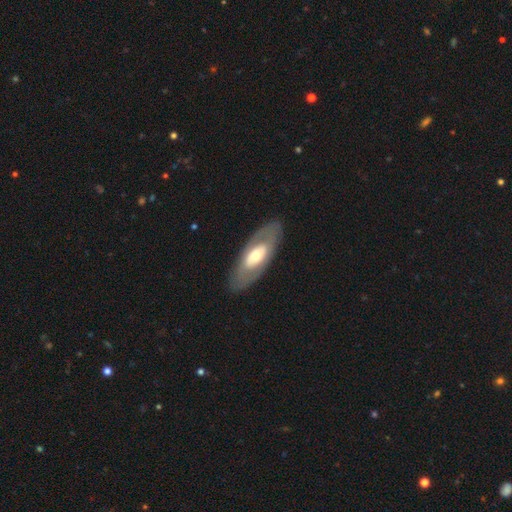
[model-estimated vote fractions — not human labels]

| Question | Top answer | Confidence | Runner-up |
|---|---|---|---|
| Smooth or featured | featured or disk | 57% | smooth (39%) |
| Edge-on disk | no | 82% | yes (18%) |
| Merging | none | 84% | minor disturbance (10%) |